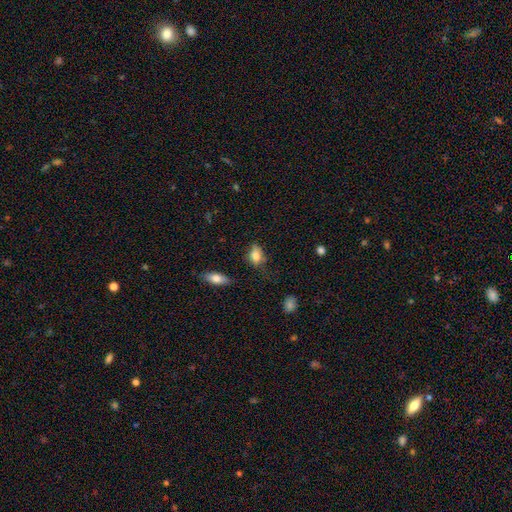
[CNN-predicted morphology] A smooth galaxy with no disk features (78%) that is in between round and cigar-shaped (77%). Merging: none (53%).